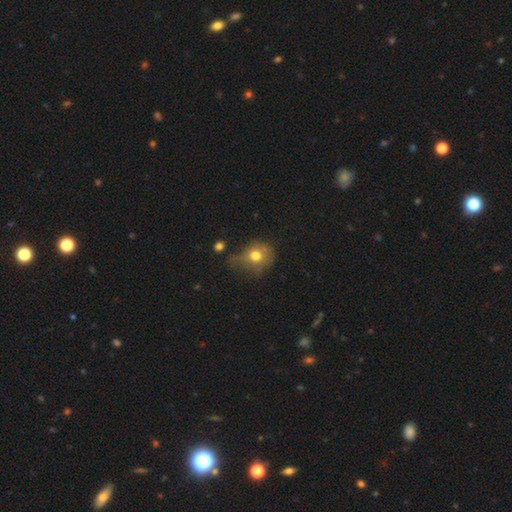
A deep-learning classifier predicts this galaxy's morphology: smooth 65%, featured or disk 23%, star or artifact 12%. Down the decision tree: how rounded — round (67%); merging — none (35%).